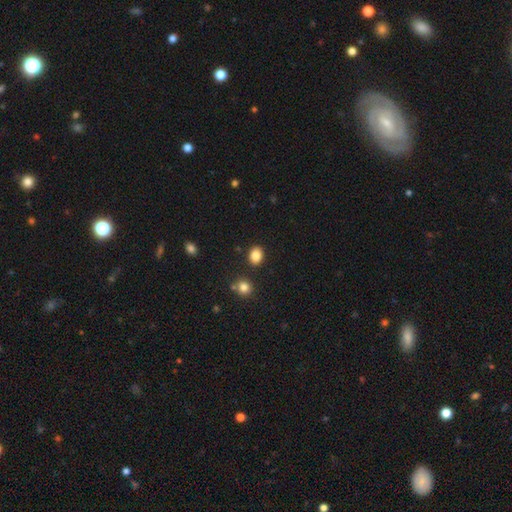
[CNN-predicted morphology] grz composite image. It shows a smooth galaxy with no disk features (86%) that is in between round and cigar-shaped (53%). Merging: none (86%).